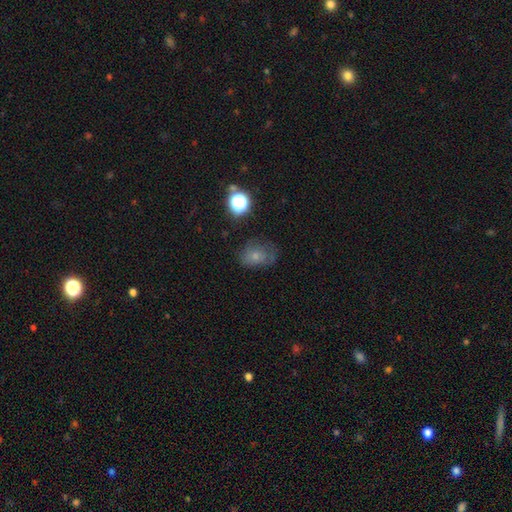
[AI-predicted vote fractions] This is likely a smooth galaxy (62%). How rounded: likely in between (68%). Merging: possibly none (51%).